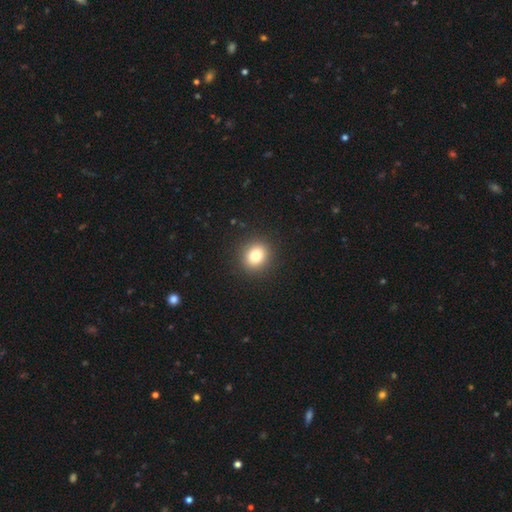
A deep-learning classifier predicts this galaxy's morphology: Overall: smooth (79%). How rounded: round (83%). Merging: none (91%).